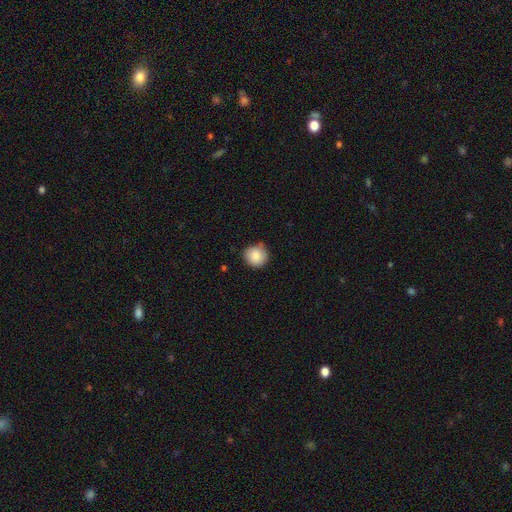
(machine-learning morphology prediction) A smooth galaxy with no disk features (86%) that is round (93%). Merging: none (77%).